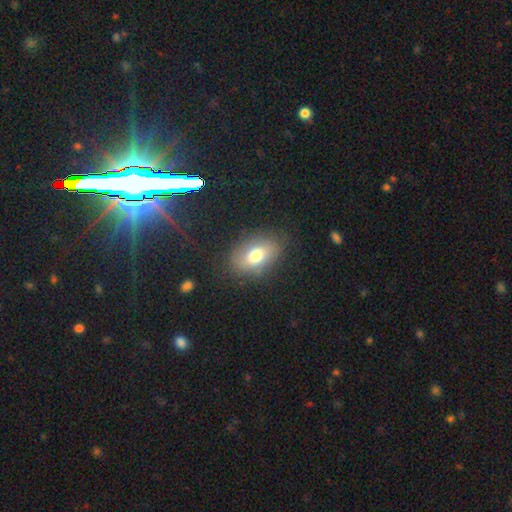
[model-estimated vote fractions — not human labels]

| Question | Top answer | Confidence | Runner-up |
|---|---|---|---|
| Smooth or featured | smooth | 71% | featured or disk (18%) |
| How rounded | in between | 84% | round (14%) |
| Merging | none | 77% | minor disturbance (15%) |